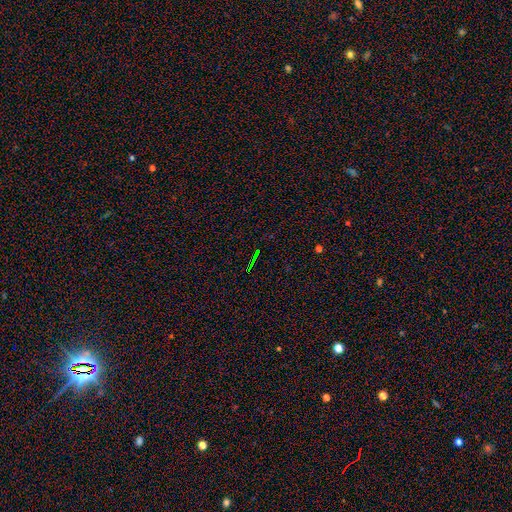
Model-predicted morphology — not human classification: Smooth or featured?
  - star or artifact: 73% *
  - featured or disk: 14%
  - smooth: 13%